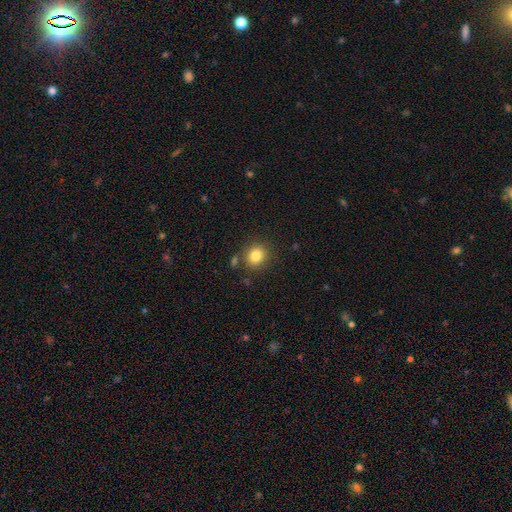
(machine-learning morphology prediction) Overall: smooth (83%). How rounded: round (77%). Merging: none (81%).